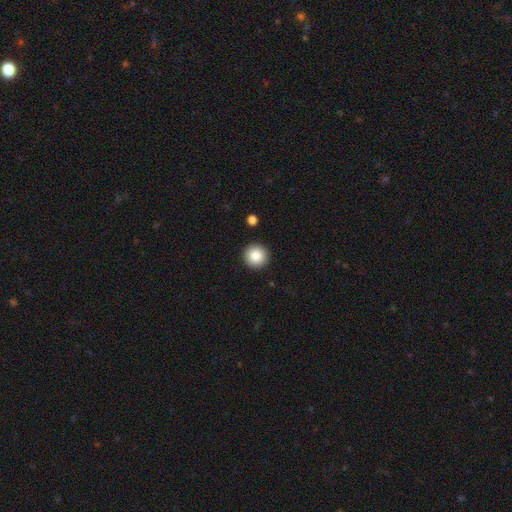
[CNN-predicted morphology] Smooth or featured? Predicted: smooth (p=0.87). How rounded? Predicted: round (p=0.96). Merging? Predicted: none (p=0.92).